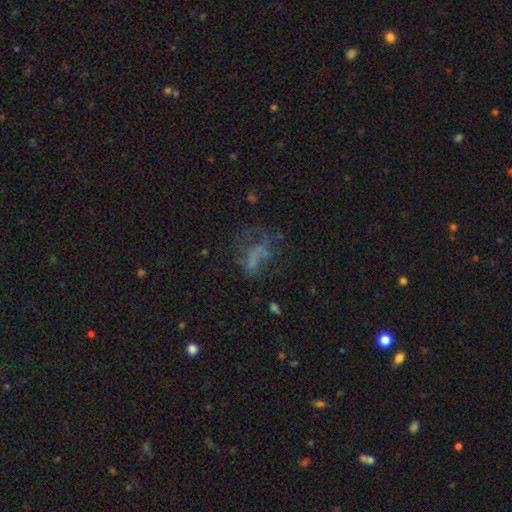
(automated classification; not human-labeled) smooth_or_featured: featured or disk (p=0.41) [alt: smooth p=0.33]
merging: major disturbance (p=0.40) [alt: none p=0.36]